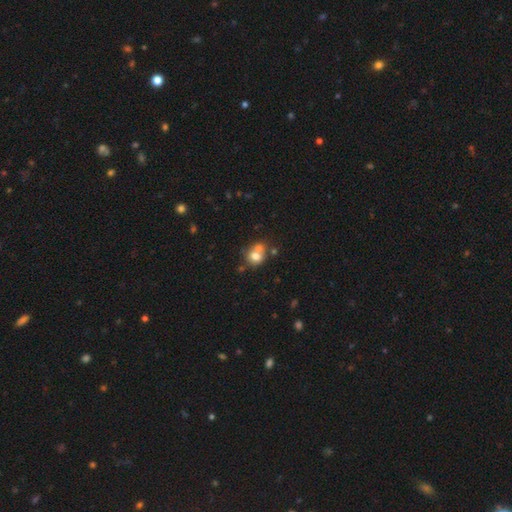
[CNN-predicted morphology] smooth 72%, featured or disk 17%, star or artifact 12%. Down the decision tree: how rounded — round (73%); merging — merger (48%).